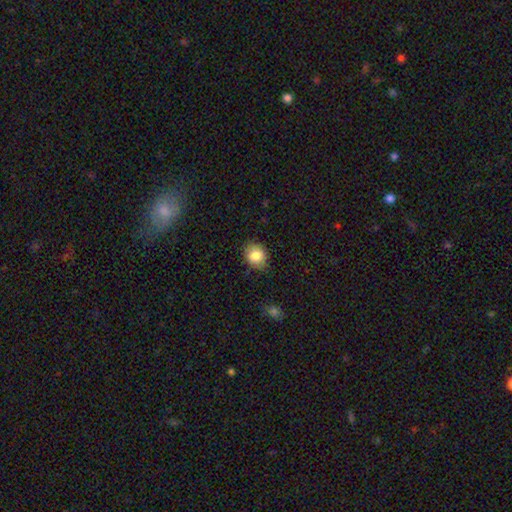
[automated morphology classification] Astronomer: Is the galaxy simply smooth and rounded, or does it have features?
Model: smooth — 84%.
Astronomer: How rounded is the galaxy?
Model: round — 58% (runner-up: in between, 41%).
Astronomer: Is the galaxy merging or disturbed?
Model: none — 78%.